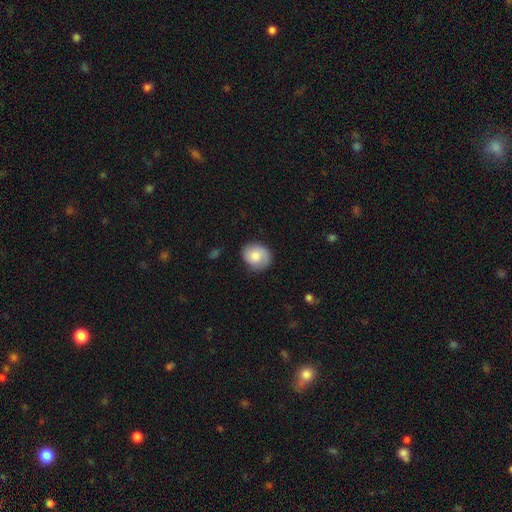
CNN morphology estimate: Smooth or featured? Predicted: smooth (p=0.76). How rounded? Predicted: round (p=0.72). Merging? Predicted: none (p=0.79).